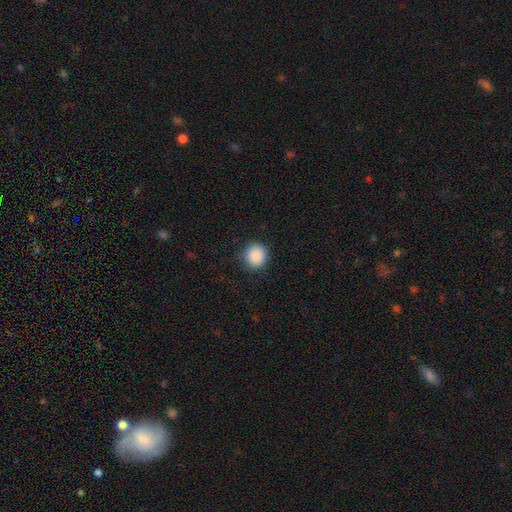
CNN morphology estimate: smooth 89%, star or artifact 8%, featured or disk 3%. Down the decision tree: how rounded — round (91%); merging — none (88%).